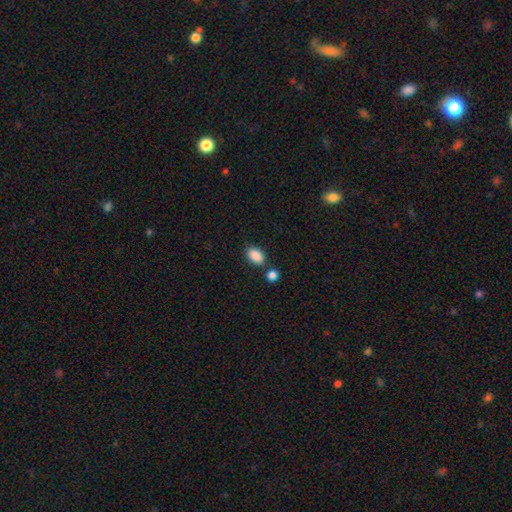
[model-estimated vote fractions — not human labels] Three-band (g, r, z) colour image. It shows a smooth galaxy with no disk features (89%) that is in between round and cigar-shaped (86%). Merging: none (74%).